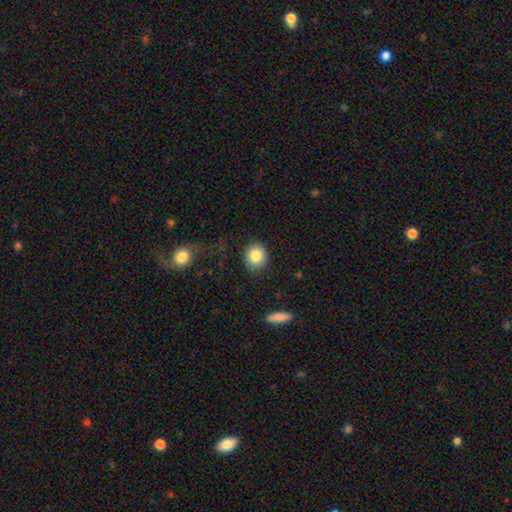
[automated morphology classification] The model was most divided on "how rounded": round: 70%, in between: 29%, cigar-shaped: 1%. More confident: merging — none (85%); smooth or featured — smooth (85%).